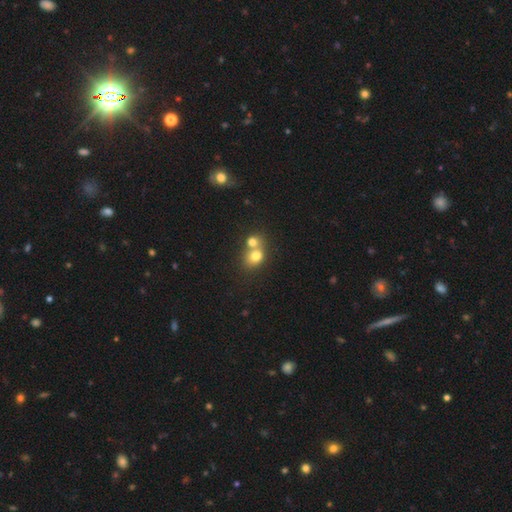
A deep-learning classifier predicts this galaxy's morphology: Smooth or featured: smooth — 75% (featured or disk — 13%)
How rounded: round — 58% (in between — 41%)
Merging: merger — 60% (none — 30%)